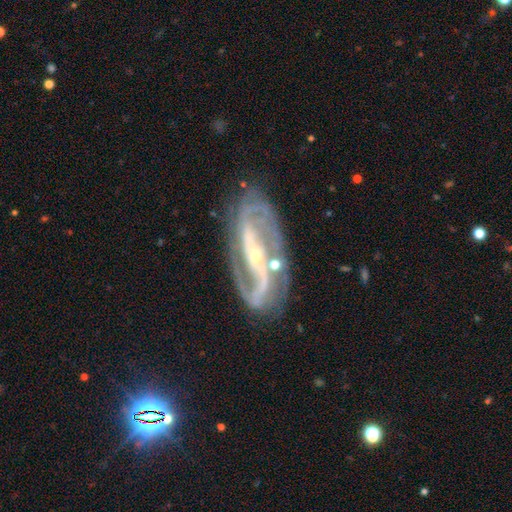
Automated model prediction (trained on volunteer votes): Smooth or featured?
  - featured or disk: 90% *
  - star or artifact: 6%
  - smooth: 4%
Edge-on disk?
  - no: 93% *
  - yes: 7%
Bar?
  - strong: 60% *
  - weak: 23%
  - no: 18%
Spiral arms?
  - yes: 96% *
  - no: 4%
Spiral winding?
  - medium: 48% *
  - tight: 28%
  - loose: 25%
Spiral arm count?
  - 2: 87% *
  - can't tell: 4%
  - 3: 3%
  - 1: 2%
  - 4: 2%
  - more than 4: 2%
Bulge size?
  - small: 73% *
  - moderate: 22%
  - none: 2%
  - large: 1%
  - dominant: 1%
Merging?
  - none: 73% *
  - minor disturbance: 16%
  - major disturbance: 7%
  - merger: 4%